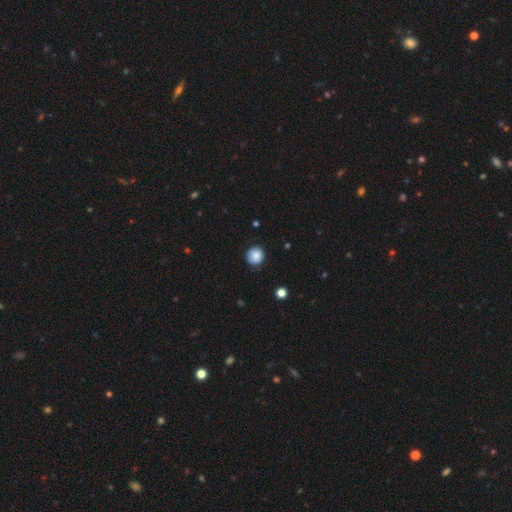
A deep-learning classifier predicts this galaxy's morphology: smooth 84%, star or artifact 9%, featured or disk 7%. Down the decision tree: how rounded — round (91%); merging — none (82%).